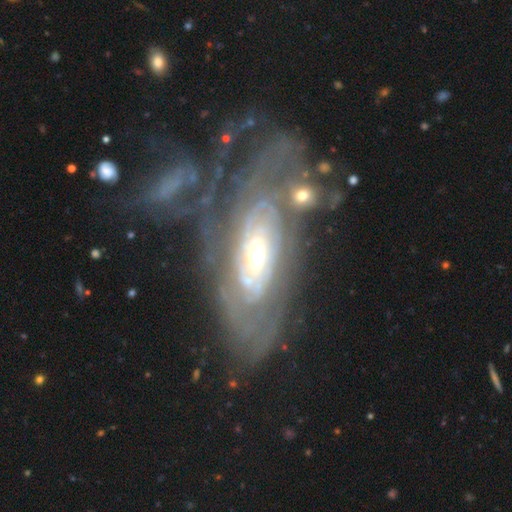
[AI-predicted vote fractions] This is clearly a featured or disk galaxy (85%). It is clearly not viewed edge-on (91%). Bar: likely no (64%). Spiral arm pattern: clearly yes (89%). Spiral arm count: possibly can't tell (52%). Spiral winding: likely tight (76%). Central bulge: possibly small (46%, tied with moderate). Merging: possibly none (48%).